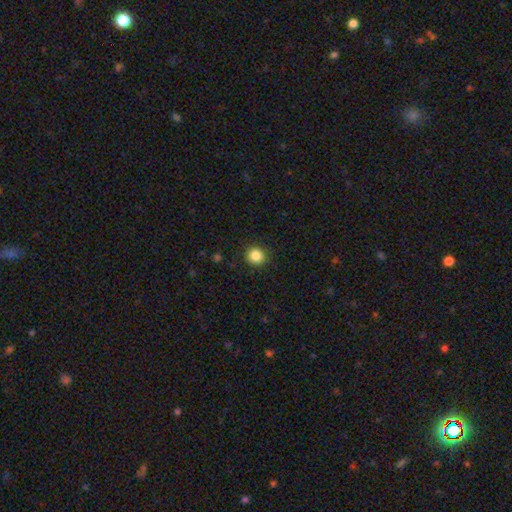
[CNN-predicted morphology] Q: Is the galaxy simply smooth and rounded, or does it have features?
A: smooth — 86%.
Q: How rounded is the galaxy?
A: round — 93%.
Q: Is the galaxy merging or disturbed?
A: none — 92%.